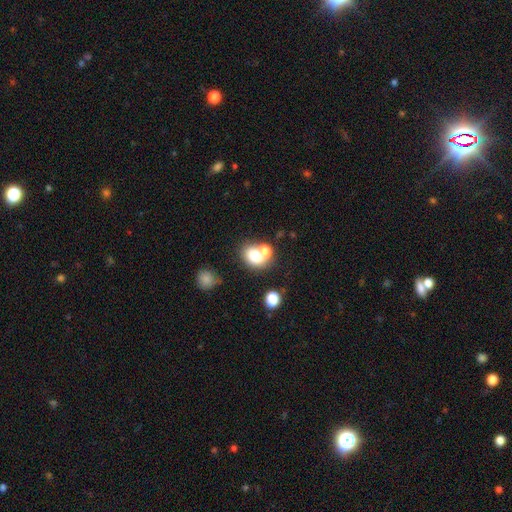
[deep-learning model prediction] smooth 71%, featured or disk 17%, star or artifact 12%. Down the decision tree: how rounded — round (50%); merging — merger (46%).